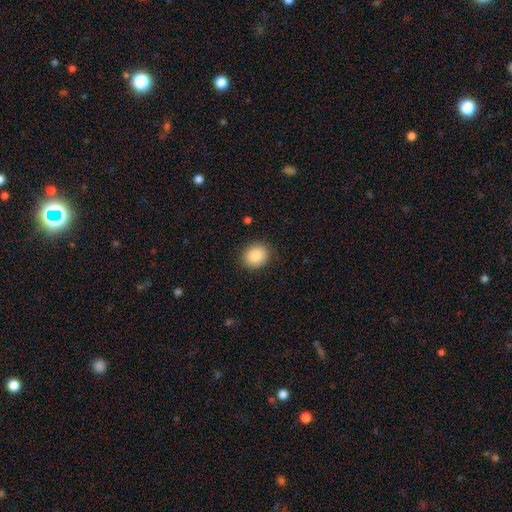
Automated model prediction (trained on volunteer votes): smooth 87%, star or artifact 8%, featured or disk 5%. Down the decision tree: how rounded — round (69%); merging — none (89%).